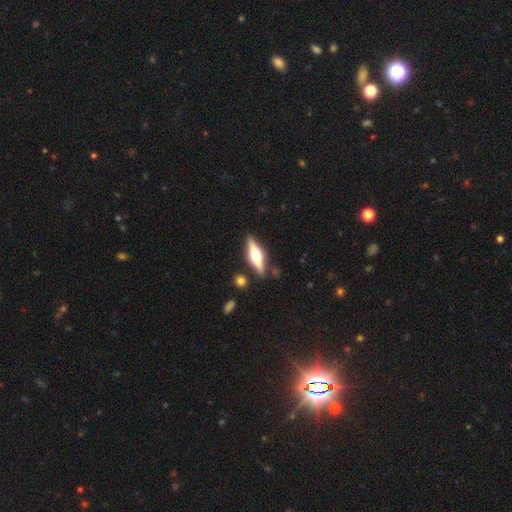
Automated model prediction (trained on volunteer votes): This is likely a featured or disk galaxy (69%). It is clearly viewed edge-on (96%). Edge-on bulge: clearly rounded (94%). Merging: clearly none (85%).